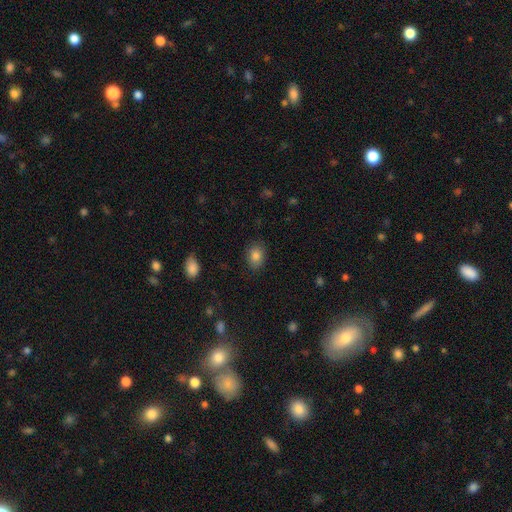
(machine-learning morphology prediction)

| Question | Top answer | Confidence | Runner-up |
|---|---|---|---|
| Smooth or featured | smooth | 84% | star or artifact (9%) |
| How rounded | in between | 62% | round (37%) |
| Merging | none | 84% | minor disturbance (12%) |